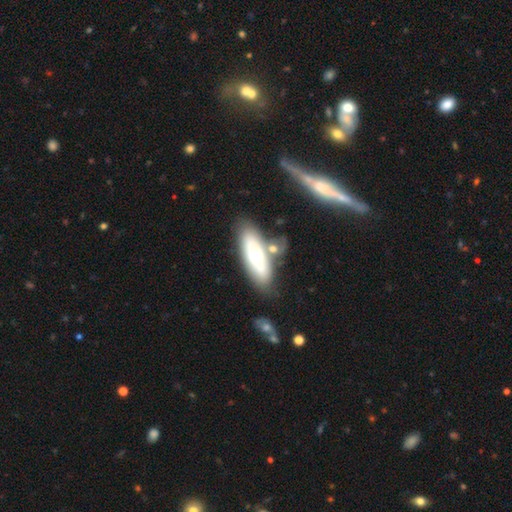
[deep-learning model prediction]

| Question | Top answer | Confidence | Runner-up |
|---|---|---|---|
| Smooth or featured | smooth | 48% | featured or disk (46%) |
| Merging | none | 61% | merger (18%) |